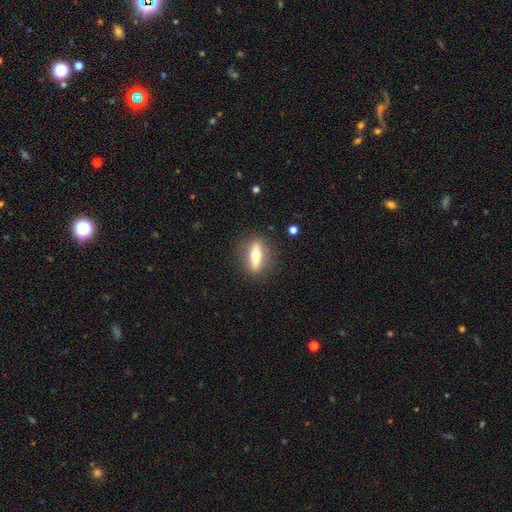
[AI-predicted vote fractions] The model was most divided on "smooth or featured": featured or disk: 48%, smooth: 45%, star or artifact: 7%. More confident: merging — none (85%).